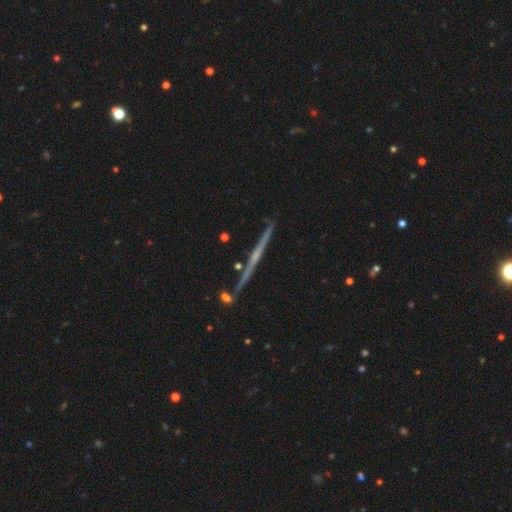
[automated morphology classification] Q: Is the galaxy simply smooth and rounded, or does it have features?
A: featured or disk — 79%.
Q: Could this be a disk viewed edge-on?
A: yes — 98%.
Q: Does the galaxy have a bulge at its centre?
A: none — 47%.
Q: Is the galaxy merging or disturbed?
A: none — 85%.